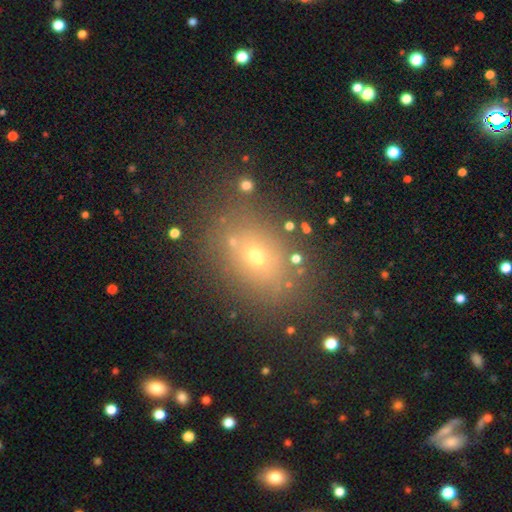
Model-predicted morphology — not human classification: Q: Smooth or featured?
A: smooth (62%); runner-up: star or artifact (22%)
Q: How rounded?
A: in between (59%); runner-up: round (39%)
Q: Merging?
A: none (77%); runner-up: minor disturbance (13%)